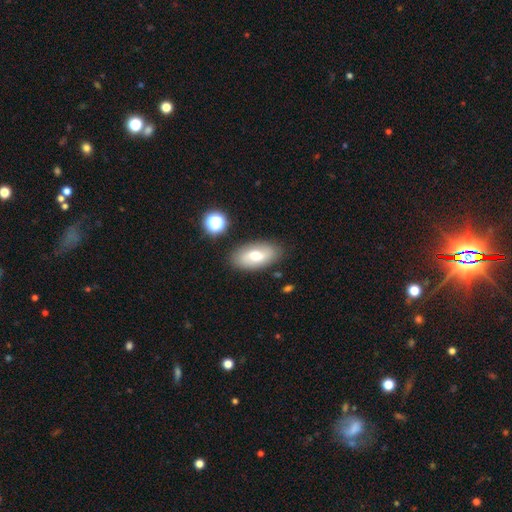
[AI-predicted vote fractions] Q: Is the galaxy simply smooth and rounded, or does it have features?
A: smooth — 64%.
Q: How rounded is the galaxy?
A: in between — 91%.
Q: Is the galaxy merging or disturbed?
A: none — 84%.